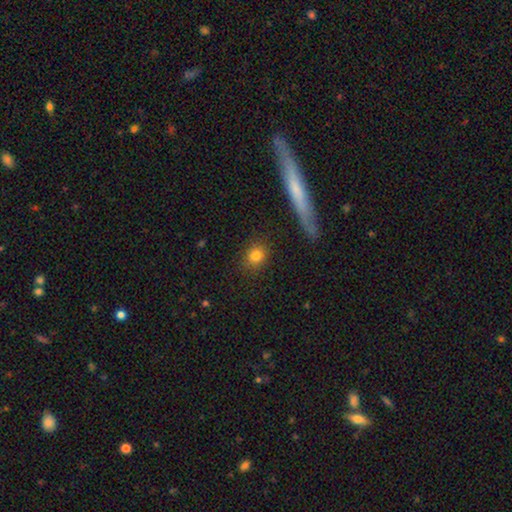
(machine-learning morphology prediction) This appears to be a smooth galaxy with no disk features (81%) that is round (74%). Merging: none (86%).